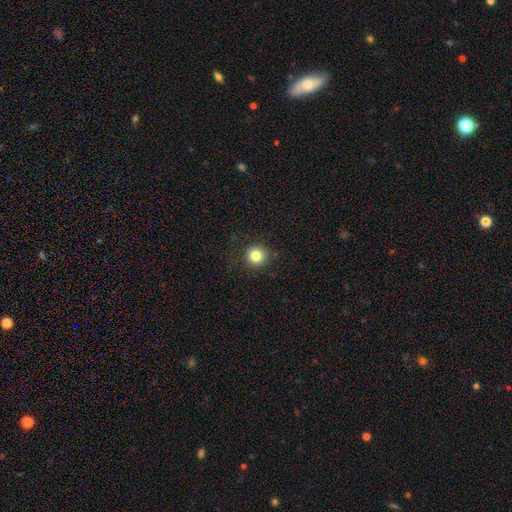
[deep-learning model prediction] Morphology: type=smooth (82%); roundness=round (95%); merging=none (90%).